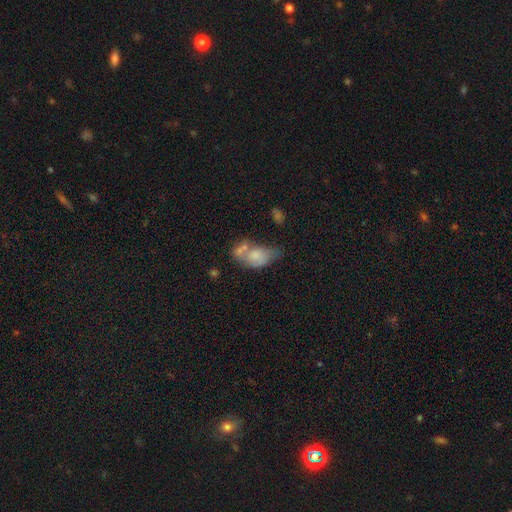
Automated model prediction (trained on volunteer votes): The model was most divided on "merging": merger: 39%, minor disturbance: 21%, none: 21%, major disturbance: 19%. More confident: how rounded — in between (87%); smooth or featured — smooth (60%).